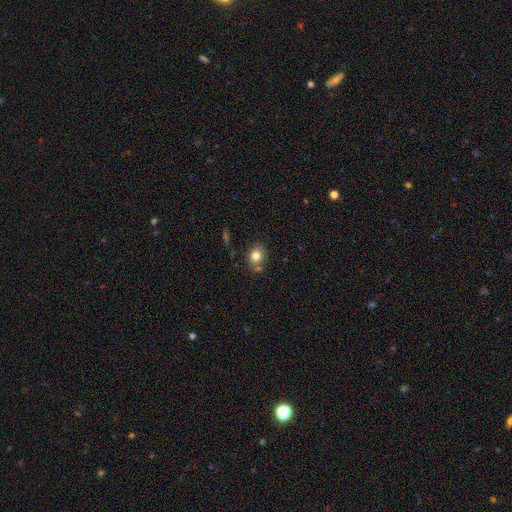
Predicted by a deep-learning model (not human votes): Overall: smooth (79%). How rounded: round (63%; in between 36%). Merging: none (72%).